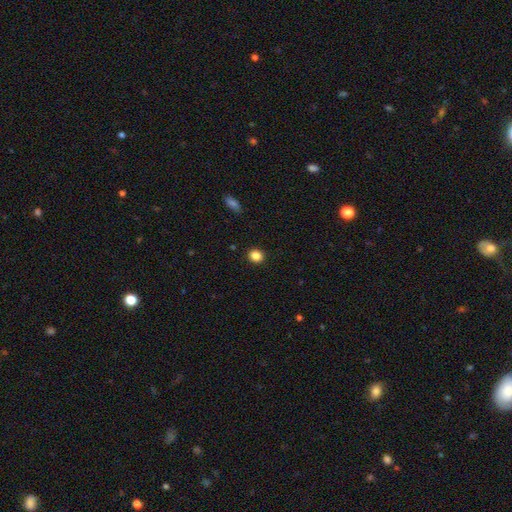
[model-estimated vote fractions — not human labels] Smooth or featured?
  - smooth: 86% *
  - star or artifact: 10%
  - featured or disk: 4%
How rounded?
  - round: 74% *
  - in between: 25%
  - cigar-shaped: 1%
Merging?
  - none: 91% *
  - minor disturbance: 6%
  - major disturbance: 2%
  - merger: 1%